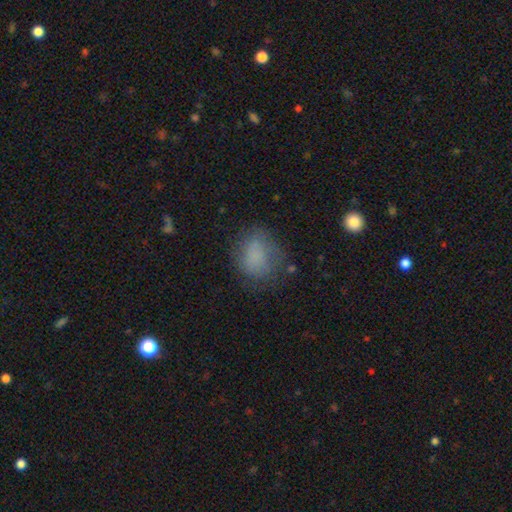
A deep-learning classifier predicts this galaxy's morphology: smooth-or-featured: smooth: 75% | featured or disk: 13% | star or artifact: 12%
  how-rounded: round: 51% | in between: 47% | cigar-shaped: 1%
  merging: none: 56% | minor disturbance: 26% | major disturbance: 16% | merger: 3%